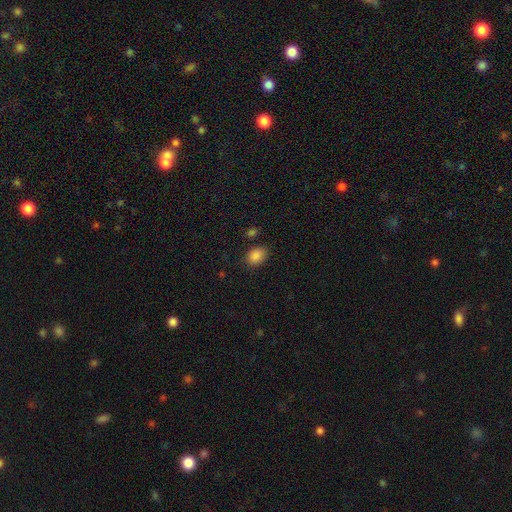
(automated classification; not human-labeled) Smooth or featured: smooth — 86% (star or artifact — 10%)
How rounded: in between — 71% (round — 28%)
Merging: none — 81% (minor disturbance — 12%)